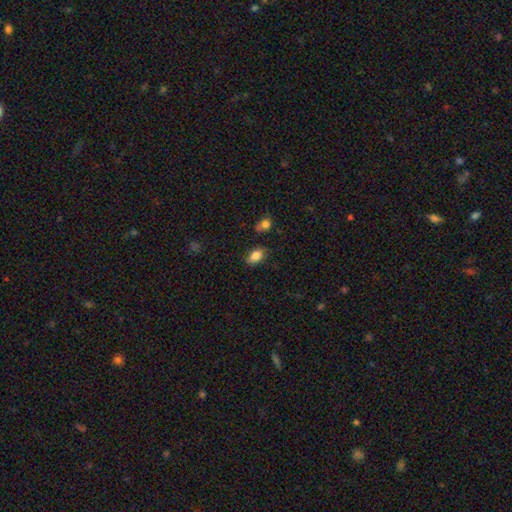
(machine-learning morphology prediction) Smooth or featured?
  - smooth: 83% *
  - featured or disk: 9%
  - star or artifact: 9%
How rounded?
  - in between: 88% *
  - round: 8%
  - cigar-shaped: 3%
Merging?
  - none: 79% *
  - minor disturbance: 14%
  - merger: 4%
  - major disturbance: 3%